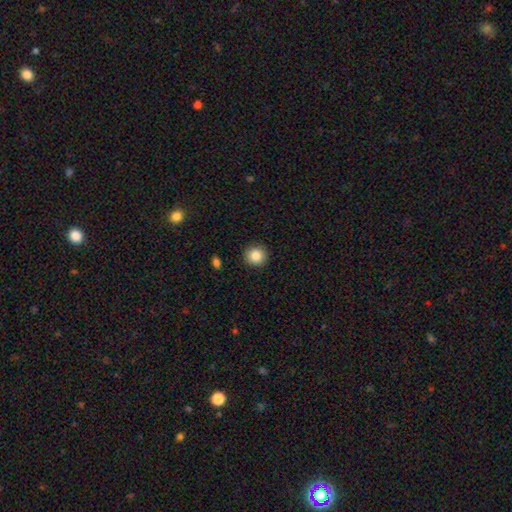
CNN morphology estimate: Overall: smooth (86%). How rounded: round (92%). Merging: none (91%).